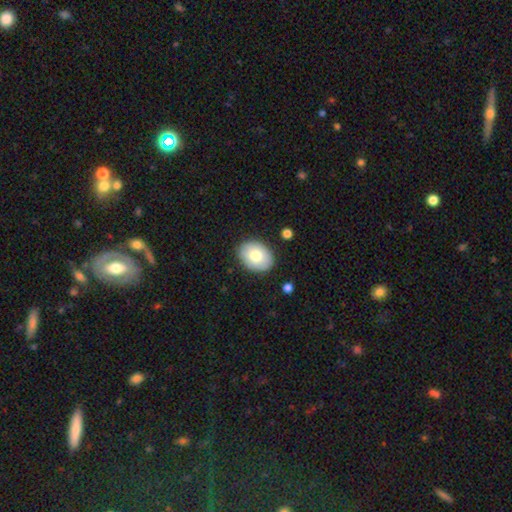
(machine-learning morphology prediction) smooth 76%, featured or disk 17%, star or artifact 7%. Down the decision tree: how rounded — in between (70%); merging — none (86%).